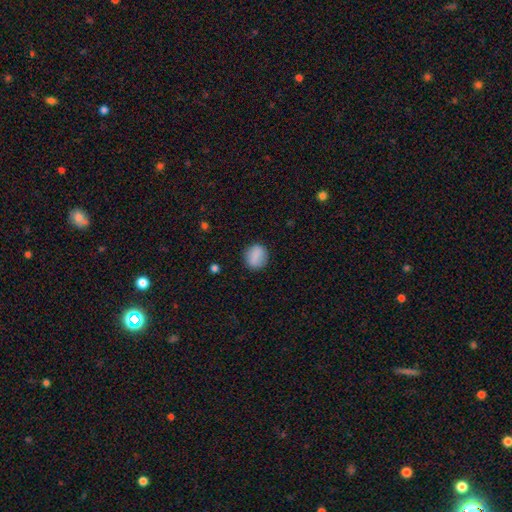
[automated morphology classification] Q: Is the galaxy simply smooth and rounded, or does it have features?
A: smooth — 80%.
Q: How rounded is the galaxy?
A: round — 70%.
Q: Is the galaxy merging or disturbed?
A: none — 85%.